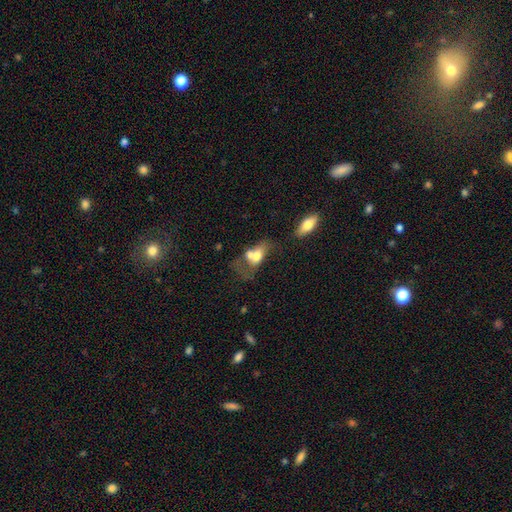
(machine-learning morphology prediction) This is possibly a smooth galaxy (60%). How rounded: likely in between (77%). Merging: likely merger (61%).